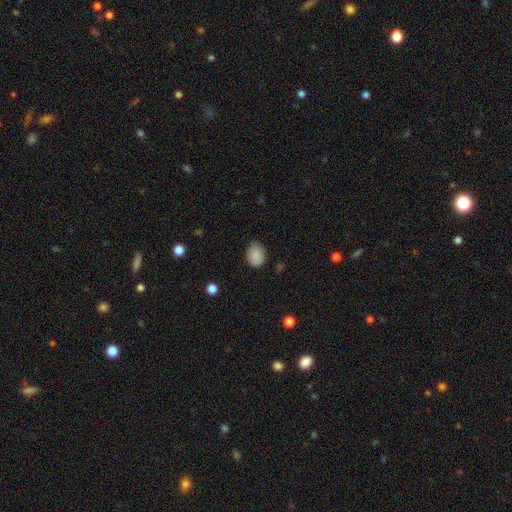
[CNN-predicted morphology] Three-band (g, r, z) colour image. It shows a smooth galaxy with no disk features (87%) that is in between round and cigar-shaped (70%). Merging: none (76%).